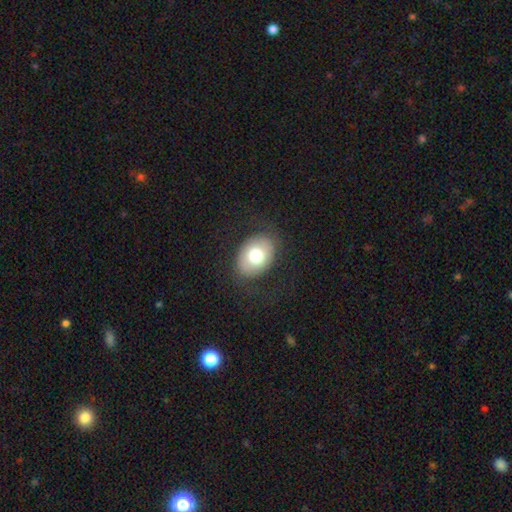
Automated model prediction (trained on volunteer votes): The model was most divided on "how rounded": in between: 75%, round: 24%, cigar-shaped: 1%. More confident: merging — none (80%); smooth or featured — smooth (73%).